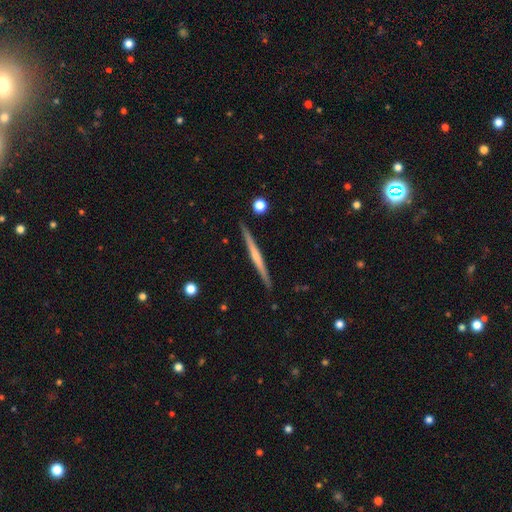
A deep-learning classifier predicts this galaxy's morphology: A featured or disk galaxy (64%) viewed edge-on (98%) with no central bulge (56%). Merging: none (91%).